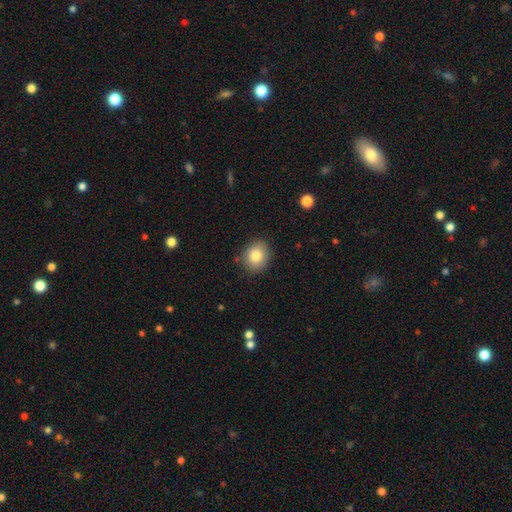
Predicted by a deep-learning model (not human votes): Smooth or featured? Predicted: smooth (p=0.82). How rounded? Predicted: round (p=0.63). Merging? Predicted: none (p=0.86).